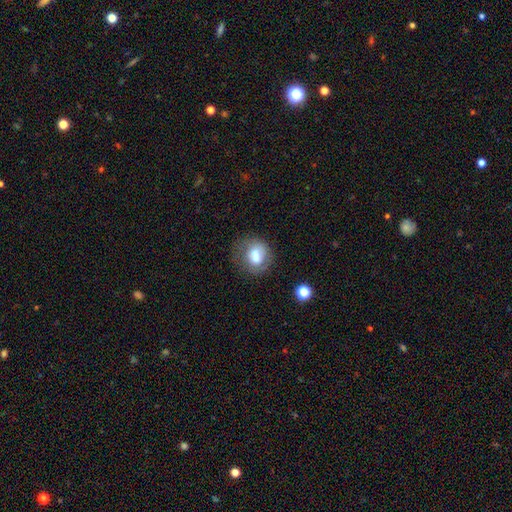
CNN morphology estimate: Smooth or featured: smooth — 70% (featured or disk — 21%)
How rounded: round — 63% (in between — 36%)
Merging: none — 55% (minor disturbance — 26%)